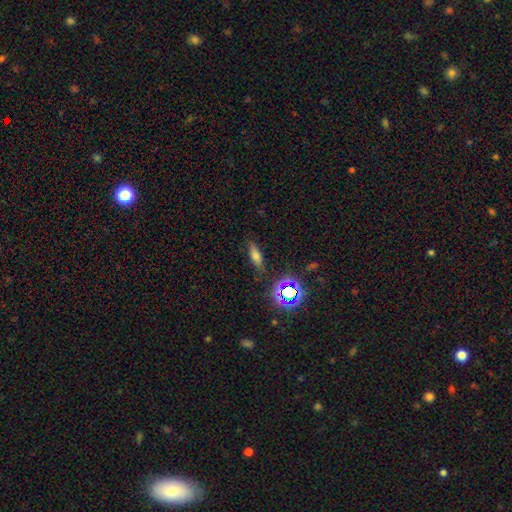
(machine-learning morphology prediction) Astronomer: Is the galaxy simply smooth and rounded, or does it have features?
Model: smooth — 62%.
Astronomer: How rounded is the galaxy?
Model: in between — 49% (runner-up: cigar-shaped, 46%).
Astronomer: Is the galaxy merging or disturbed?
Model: none — 83%.